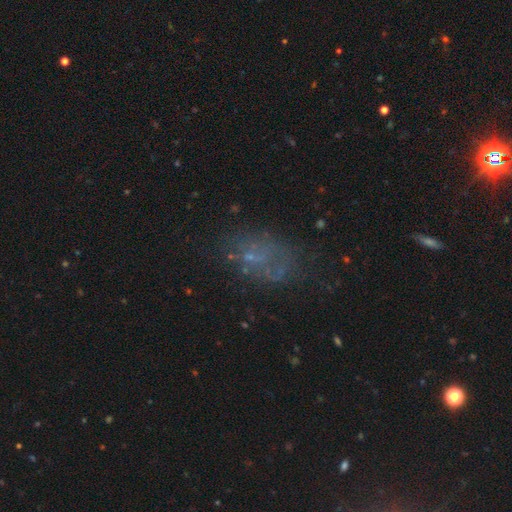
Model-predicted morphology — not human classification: The model was most divided on "smooth or featured": featured or disk: 42%, smooth: 34%, star or artifact: 25%. Remaining: merging — none (48%).